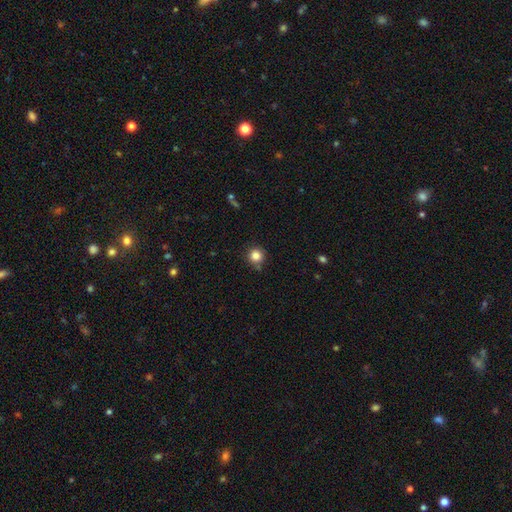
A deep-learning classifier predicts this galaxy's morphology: This is clearly a smooth galaxy (83%). How rounded: clearly round (95%). Merging: clearly none (84%).